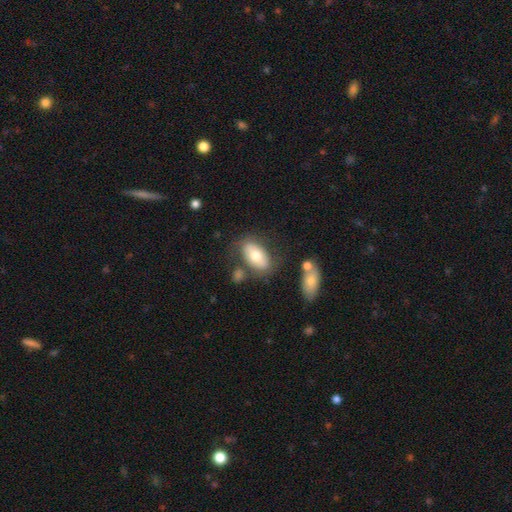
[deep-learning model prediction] This appears to be a smooth galaxy with no disk features (67%) that is in between round and cigar-shaped (92%). Merging: none (67%).